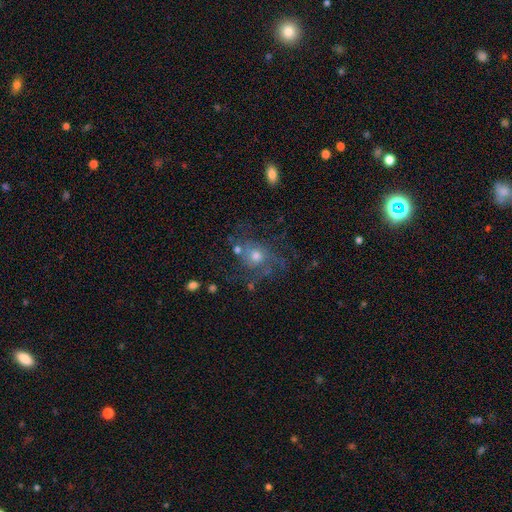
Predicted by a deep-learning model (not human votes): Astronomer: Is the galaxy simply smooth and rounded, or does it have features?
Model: featured or disk — 59%.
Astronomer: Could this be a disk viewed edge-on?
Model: no — 96%.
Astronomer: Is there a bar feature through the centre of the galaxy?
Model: no — 82%.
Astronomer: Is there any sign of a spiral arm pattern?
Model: yes — 77%.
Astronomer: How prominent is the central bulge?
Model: moderate — 62%.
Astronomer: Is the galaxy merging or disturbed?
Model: none — 59%.